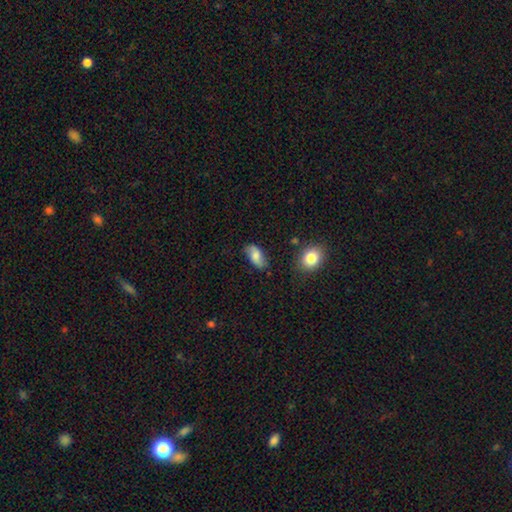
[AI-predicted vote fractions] Smooth or featured? smooth (69%)
How rounded? in between (90%)
Merging? none (73%)